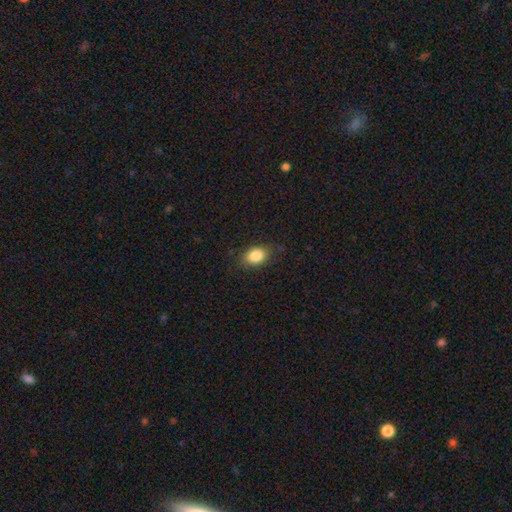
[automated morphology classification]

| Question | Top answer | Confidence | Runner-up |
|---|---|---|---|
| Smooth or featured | smooth | 86% | star or artifact (8%) |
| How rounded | in between | 79% | round (19%) |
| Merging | none | 81% | minor disturbance (14%) |